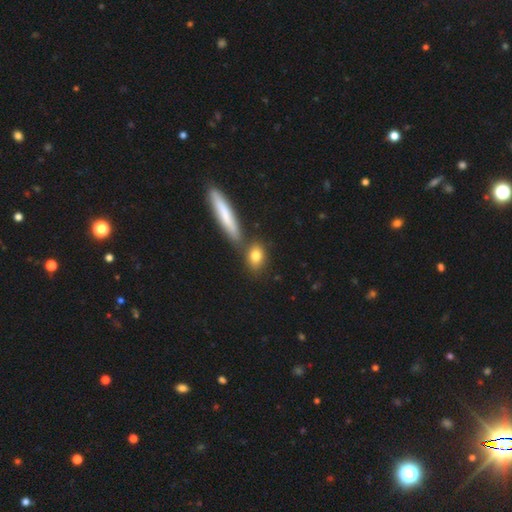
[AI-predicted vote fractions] Overall: smooth (80%). How rounded: in between (62%; round 23%). Merging: none (67%).